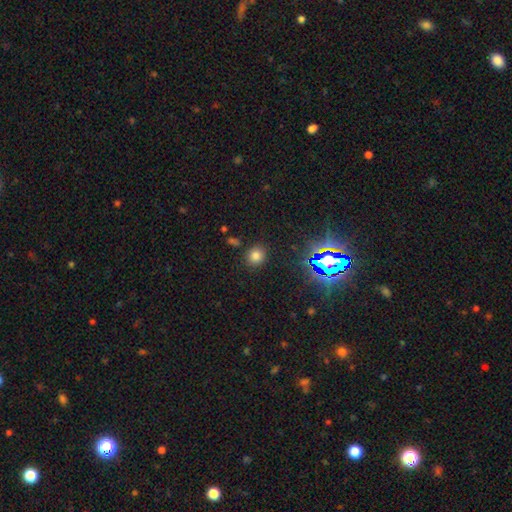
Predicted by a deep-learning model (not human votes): smooth 73%, star or artifact 21%, featured or disk 6%. Down the decision tree: how rounded — round (82%); merging — none (85%).